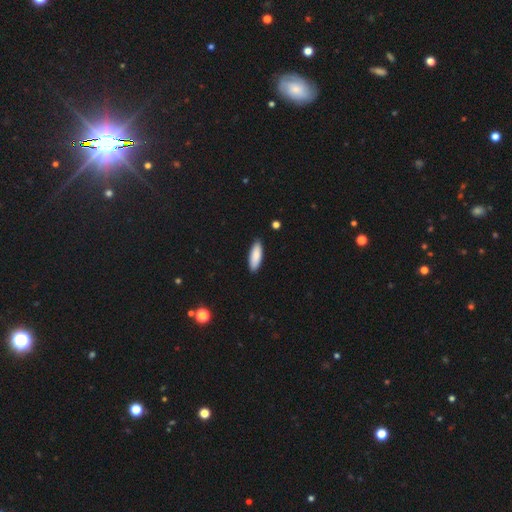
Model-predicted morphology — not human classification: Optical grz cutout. It shows a smooth galaxy with no disk features (88%) that is in between round and cigar-shaped (64%). Merging: none (89%).